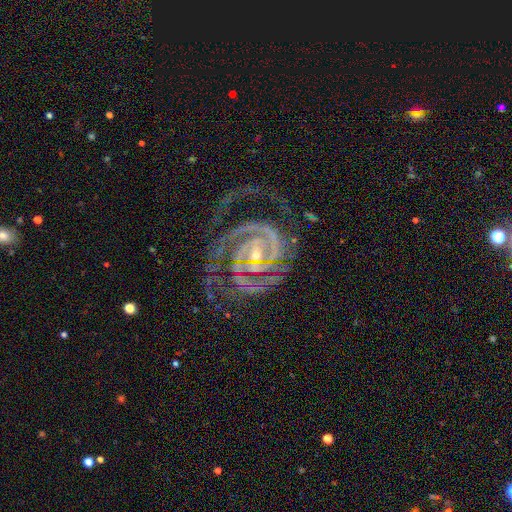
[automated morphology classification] Overall: featured or disk (92%). Edge-on disk: no (98%). Bar: weak (37%; no 36%). Spiral arms: yes (99%). Spiral arm count: 2 (53%; 3 19%). Spiral winding: tight (71%). Bulge size: small (73%). Merging: none (62%).